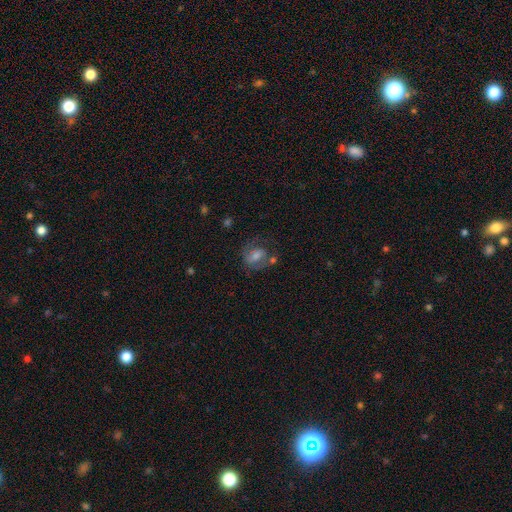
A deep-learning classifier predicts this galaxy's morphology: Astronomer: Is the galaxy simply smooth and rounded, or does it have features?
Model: featured or disk — 51% (runner-up: smooth, 40%).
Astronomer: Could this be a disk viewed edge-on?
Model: no — 97%.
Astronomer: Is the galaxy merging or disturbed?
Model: none — 49%.